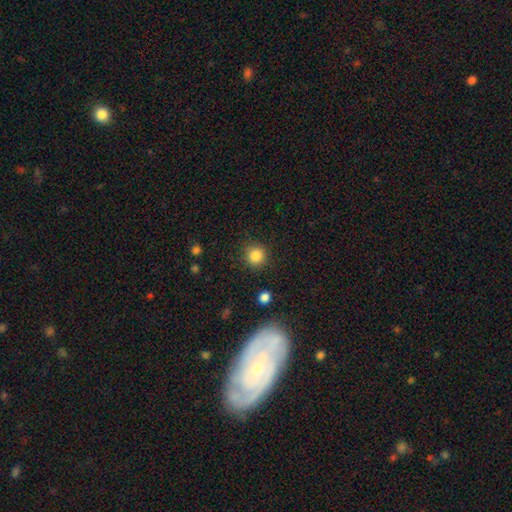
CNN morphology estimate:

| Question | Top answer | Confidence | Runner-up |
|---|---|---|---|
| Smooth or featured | smooth | 84% | star or artifact (12%) |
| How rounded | round | 91% | in between (8%) |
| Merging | none | 89% | minor disturbance (7%) |